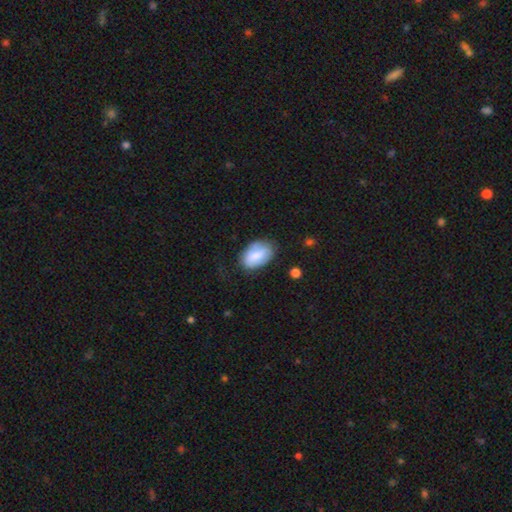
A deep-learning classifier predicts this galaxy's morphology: smooth-or-featured: smooth: 77% | featured or disk: 17% | star or artifact: 7%
  how-rounded: in between: 90% | round: 8% | cigar-shaped: 1%
  merging: none: 66% | minor disturbance: 24% | major disturbance: 7% | merger: 3%